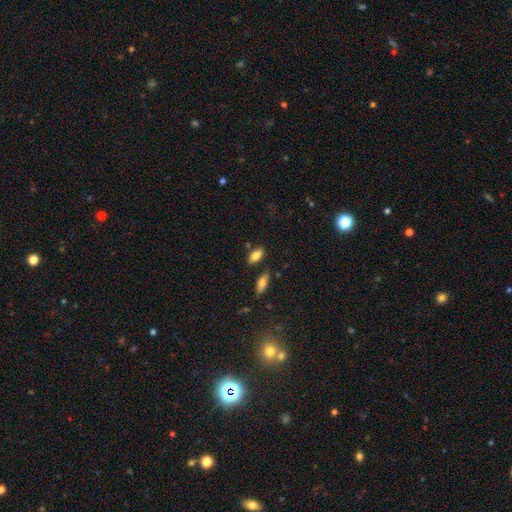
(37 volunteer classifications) smooth_or_featured: smooth (p=0.84) [alt: featured or disk p=0.16]
how_rounded: in between (p=0.90) [alt: cigar-shaped p=0.10]
merging: none (p=0.68) [alt: merger p=0.16]